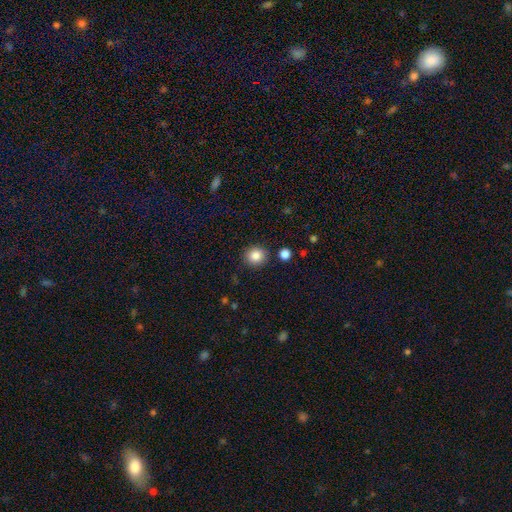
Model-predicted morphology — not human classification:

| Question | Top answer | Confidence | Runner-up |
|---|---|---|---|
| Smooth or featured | smooth | 85% | star or artifact (10%) |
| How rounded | round | 89% | in between (10%) |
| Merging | none | 88% | minor disturbance (7%) |